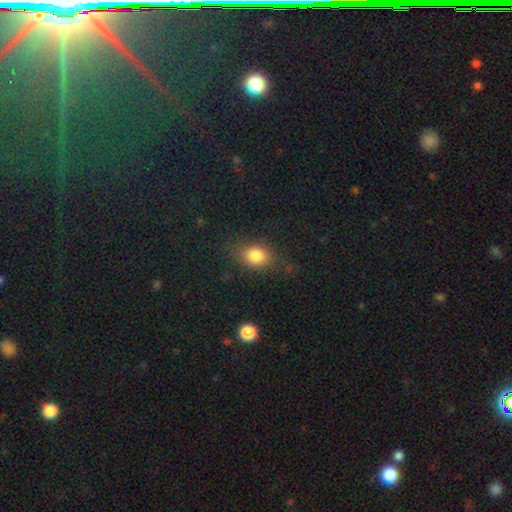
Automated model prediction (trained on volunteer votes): smooth 81%, star or artifact 11%, featured or disk 8%. Down the decision tree: how rounded — in between (62%); merging — none (77%).